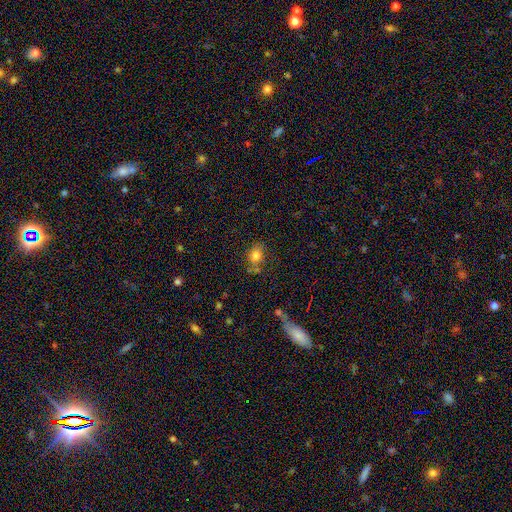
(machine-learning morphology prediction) Smooth or featured? Predicted: smooth (p=0.78). How rounded? Predicted: round (p=0.54). Merging? Predicted: none (p=0.67).